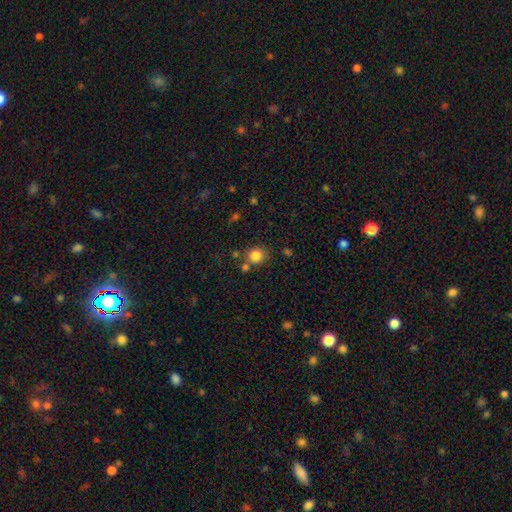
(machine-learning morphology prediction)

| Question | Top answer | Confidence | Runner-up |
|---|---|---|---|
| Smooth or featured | smooth | 83% | star or artifact (11%) |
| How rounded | round | 88% | in between (11%) |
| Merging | none | 75% | merger (11%) |